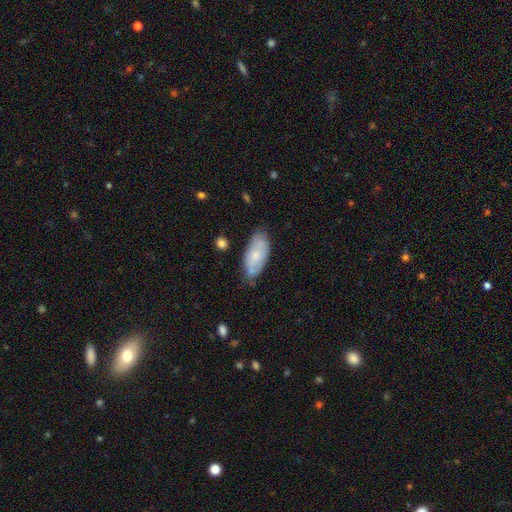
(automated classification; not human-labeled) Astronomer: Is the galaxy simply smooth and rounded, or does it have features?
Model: smooth — 69%.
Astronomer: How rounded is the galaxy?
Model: in between — 89%.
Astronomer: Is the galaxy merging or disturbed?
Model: none — 66%.